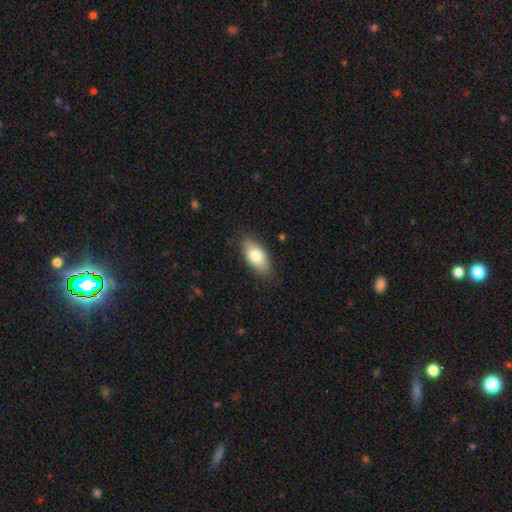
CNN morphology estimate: smooth 78%, featured or disk 16%, star or artifact 7%. Down the decision tree: how rounded — in between (89%); merging — none (80%).